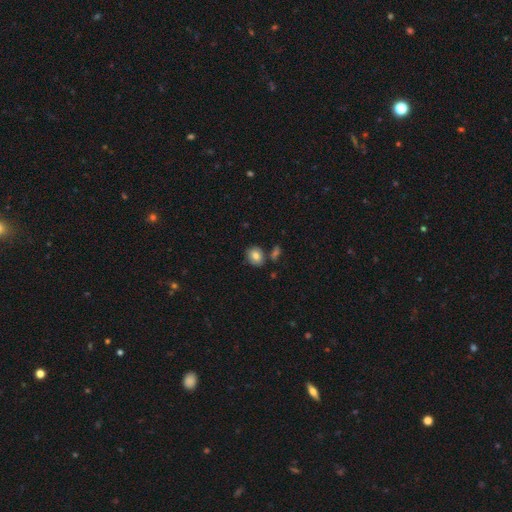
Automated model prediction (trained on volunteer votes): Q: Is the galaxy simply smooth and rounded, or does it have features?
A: smooth — 82%.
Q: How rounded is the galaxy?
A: round — 53%.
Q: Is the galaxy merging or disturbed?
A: none — 74%.